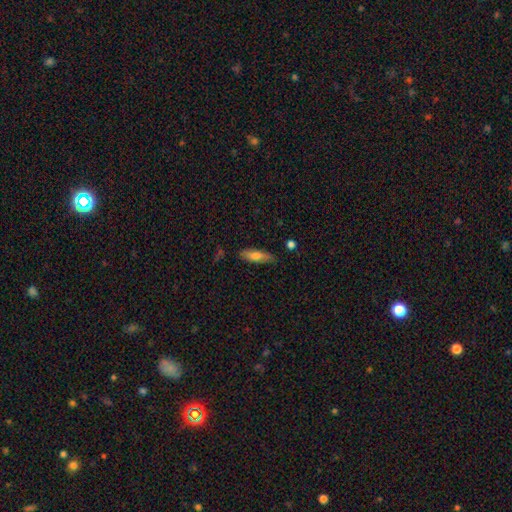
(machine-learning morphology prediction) The model was most divided on "how rounded": cigar-shaped: 58%, in between: 40%, round: 2%. More confident: merging — none (81%); smooth or featured — smooth (72%).